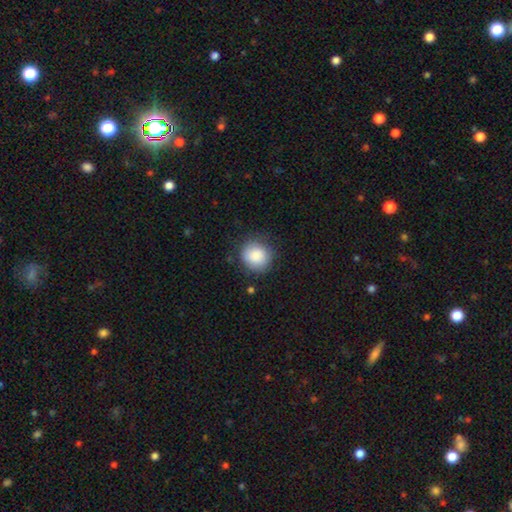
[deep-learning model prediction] Morphology: type=smooth (87%); roundness=round (88%); merging=none (80%).